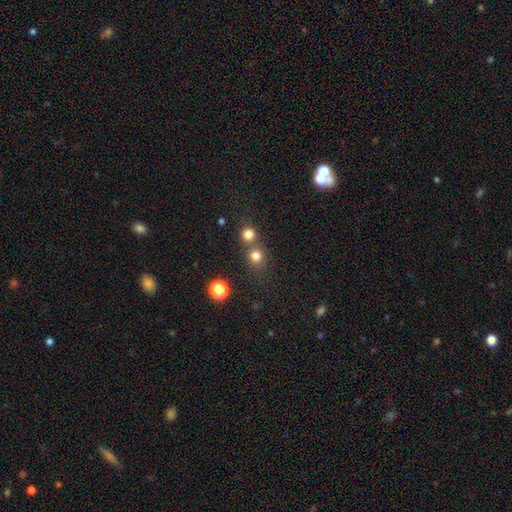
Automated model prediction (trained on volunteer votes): The model was most divided on "merging": none: 59%, merger: 31%, minor disturbance: 7%, major disturbance: 3%. More confident: how rounded — round (87%); smooth or featured — smooth (78%).